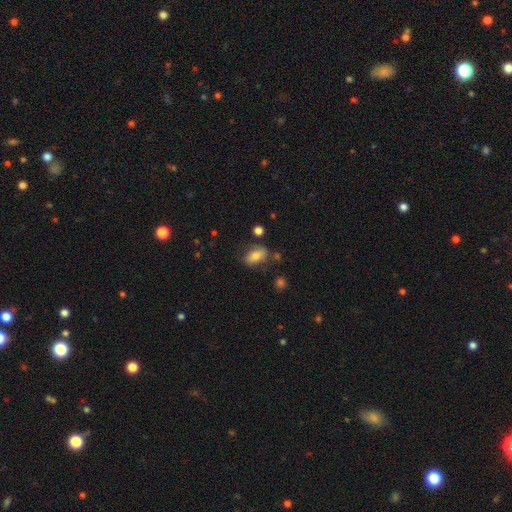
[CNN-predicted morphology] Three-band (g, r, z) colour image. It shows a smooth galaxy with no disk features (74%) that is in between round and cigar-shaped (88%). Merging: none (68%).